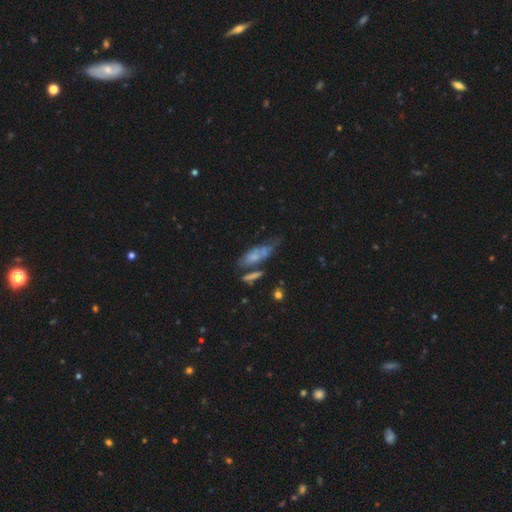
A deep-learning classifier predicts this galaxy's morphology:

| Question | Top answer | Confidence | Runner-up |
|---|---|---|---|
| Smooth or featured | smooth | 52% | featured or disk (36%) |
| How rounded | in between | 58% | cigar-shaped (38%) |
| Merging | none | 32% | minor disturbance (26%) |